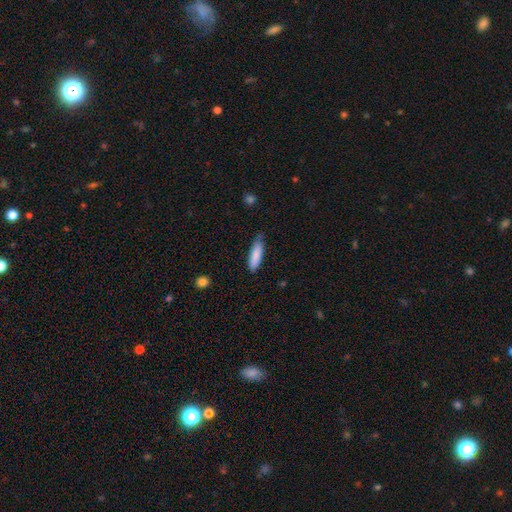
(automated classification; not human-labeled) smooth_or_featured: smooth (p=0.85) [alt: featured or disk p=0.09]
how_rounded: cigar-shaped (p=0.60) [alt: in between p=0.39]
merging: none (p=0.75) [alt: minor disturbance p=0.21]